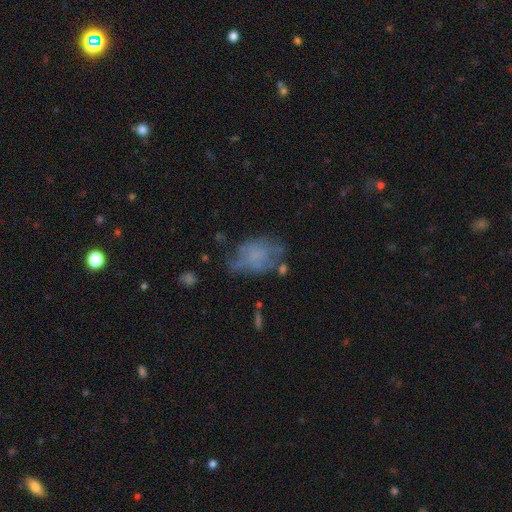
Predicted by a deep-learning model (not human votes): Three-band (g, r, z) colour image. It shows a smooth galaxy with no disk features (46%). Merging: none (40%).